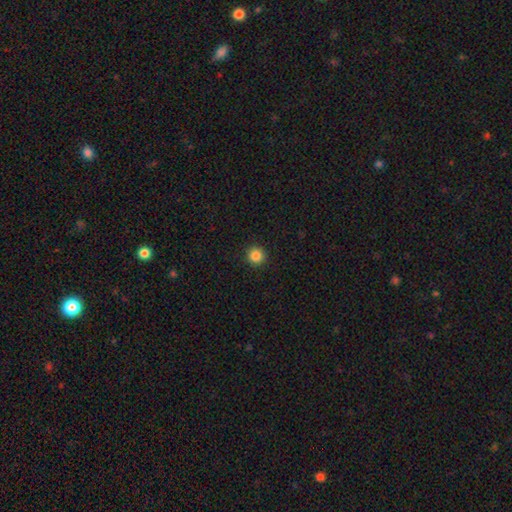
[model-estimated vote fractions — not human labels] The model was most divided on "smooth or featured": smooth: 86%, star or artifact: 11%, featured or disk: 3%. More confident: how rounded — round (95%); merging — none (93%).